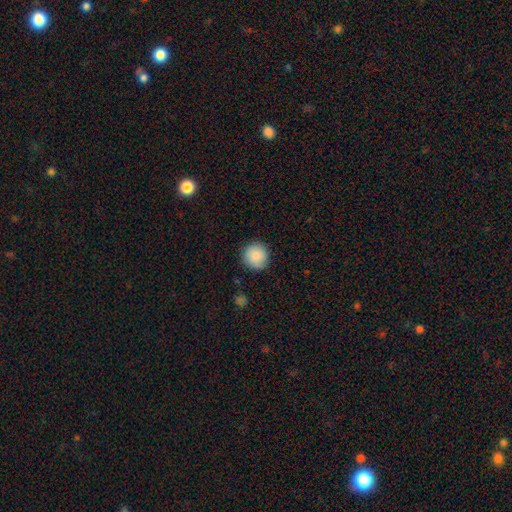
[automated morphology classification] type=smooth (88%); roundness=round (94%); merging=none (88%).